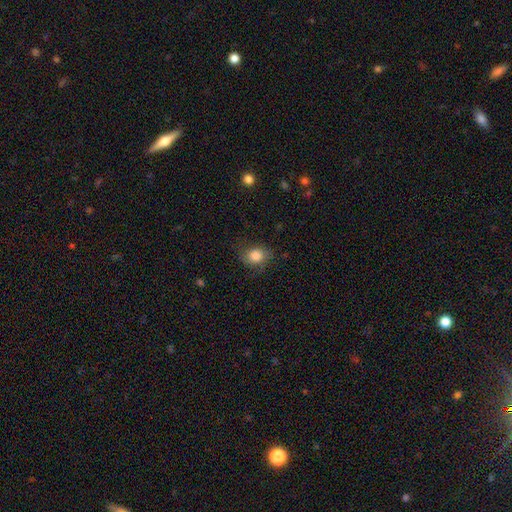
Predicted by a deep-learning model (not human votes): This appears to be a smooth galaxy with no disk features (82%) that is in between round and cigar-shaped (50%). Merging: none (74%).